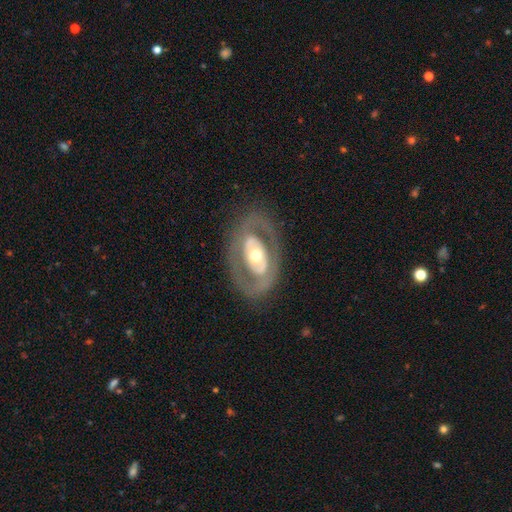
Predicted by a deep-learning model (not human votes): The model was most divided on "spiral arms": no: 73%, yes: 27%. More confident: edge-on disk — no (92%); merging — none (77%); bar — no (74%); smooth or featured — featured or disk (71%); bulge size — moderate (67%).